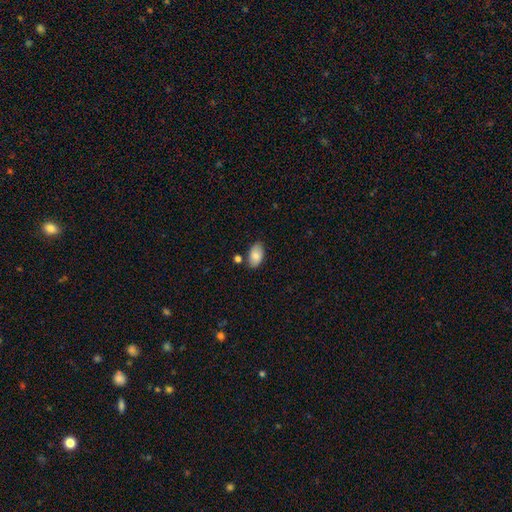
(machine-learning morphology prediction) smooth-or-featured: smooth: 82% | featured or disk: 11% | star or artifact: 7%
  how-rounded: in between: 94% | round: 4% | cigar-shaped: 2%
  merging: none: 78% | minor disturbance: 14% | merger: 6% | major disturbance: 3%